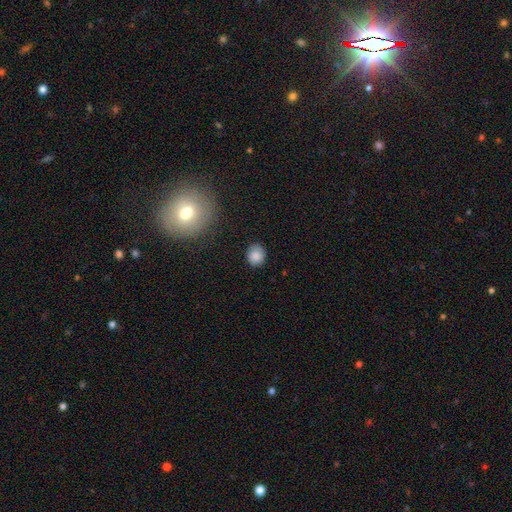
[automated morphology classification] Smooth or featured? Predicted: smooth (p=0.84). How rounded? Predicted: round (p=0.78). Merging? Predicted: none (p=0.82).